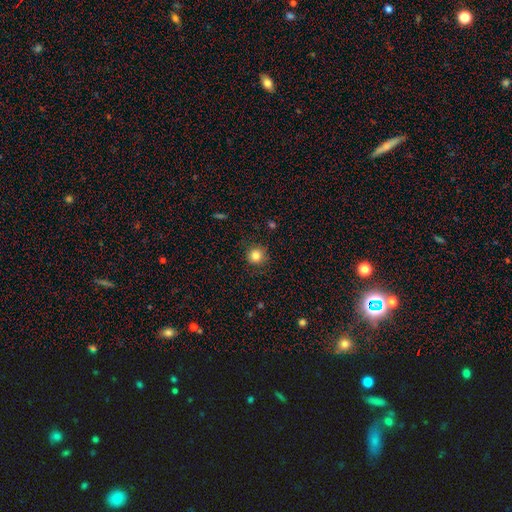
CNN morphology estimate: Smooth or featured? smooth (84%)
How rounded? round (93%)
Merging? none (87%)